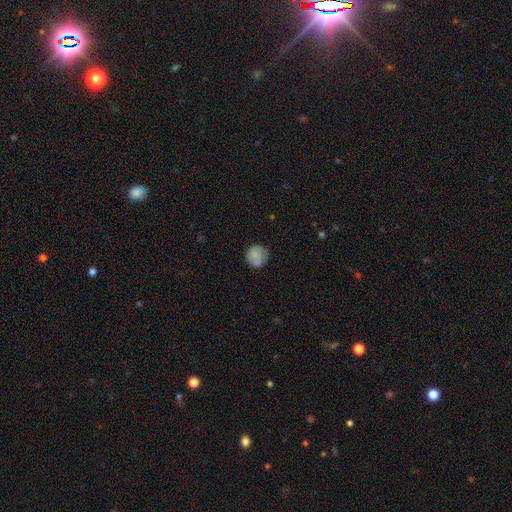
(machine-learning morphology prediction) This appears to be a smooth galaxy with no disk features (80%) that is round (89%). Merging: none (75%).